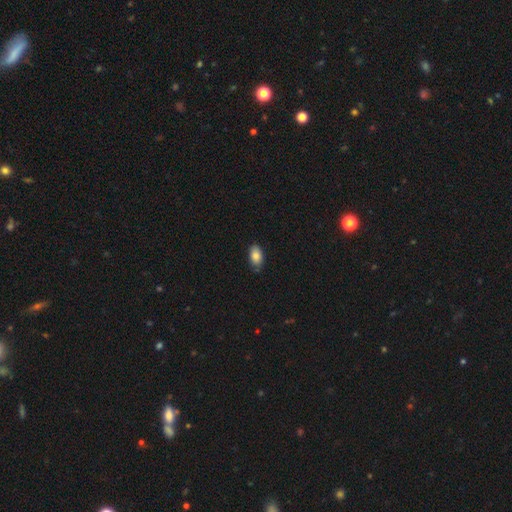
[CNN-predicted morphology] type=smooth (84%); roundness=in between (92%); merging=none (79%).